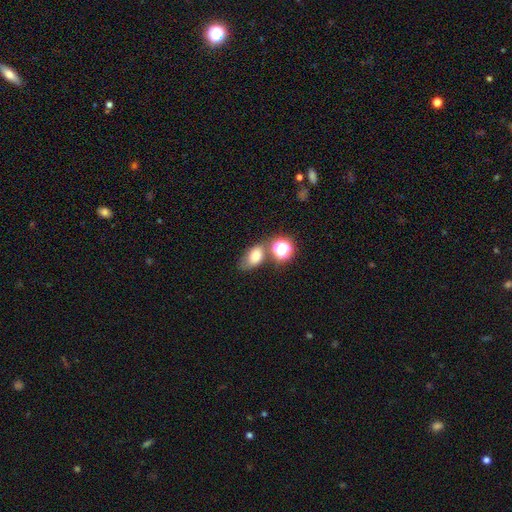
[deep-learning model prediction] A smooth galaxy with no disk features (72%) that is in between round and cigar-shaped (78%). Merging: none (53%).